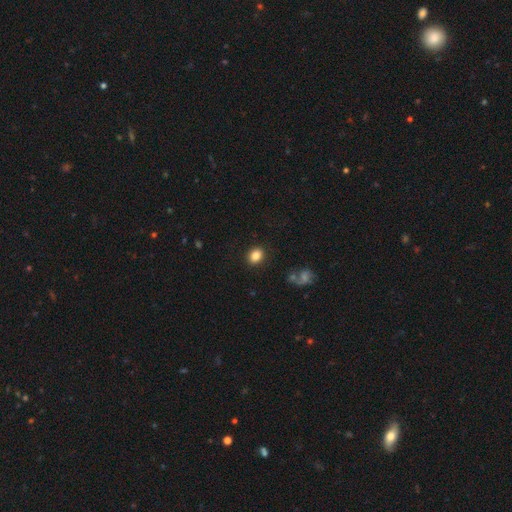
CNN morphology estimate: This is clearly a smooth galaxy (85%). How rounded: possibly in between (52%). Merging: clearly none (88%).